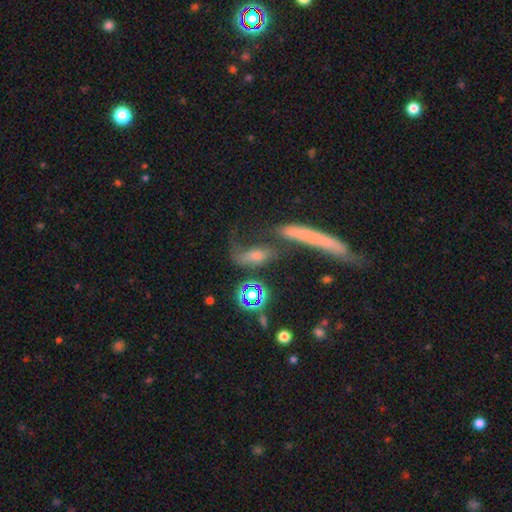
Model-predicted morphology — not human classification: Smooth or featured: smooth — 41% (featured or disk — 38%)
Merging: none — 38% (merger — 24%)